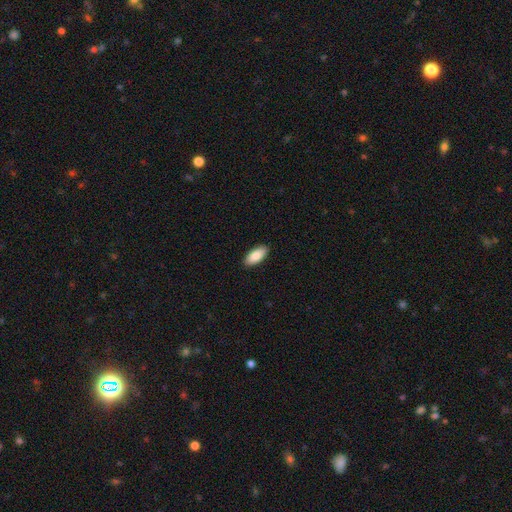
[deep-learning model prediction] Smooth or featured? smooth (87%)
How rounded? in between (88%)
Merging? none (90%)